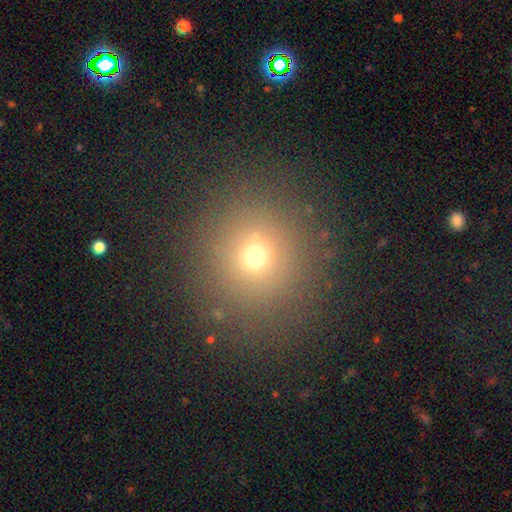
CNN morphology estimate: A smooth galaxy with no disk features (66%) that is round (91%). Merging: none (86%).